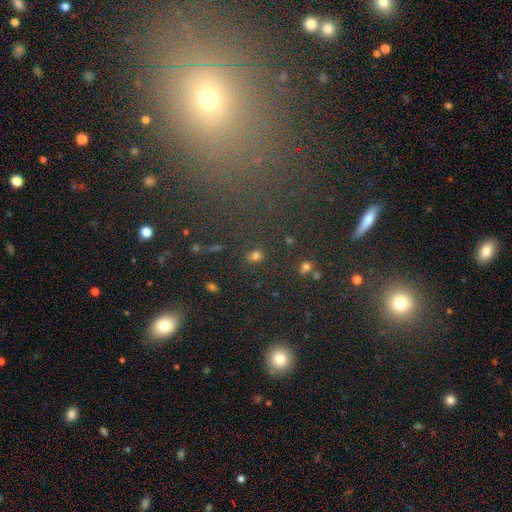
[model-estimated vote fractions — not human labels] A smooth galaxy with no disk features (73%) that is round (55%). Merging: none (82%).